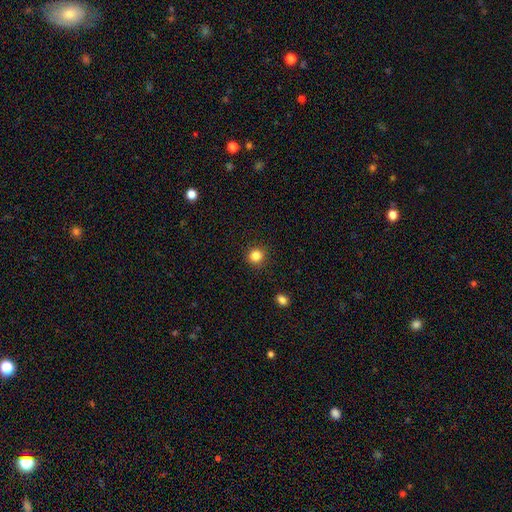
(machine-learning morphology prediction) smooth 84%, star or artifact 12%, featured or disk 4%. Down the decision tree: how rounded — round (91%); merging — none (90%).